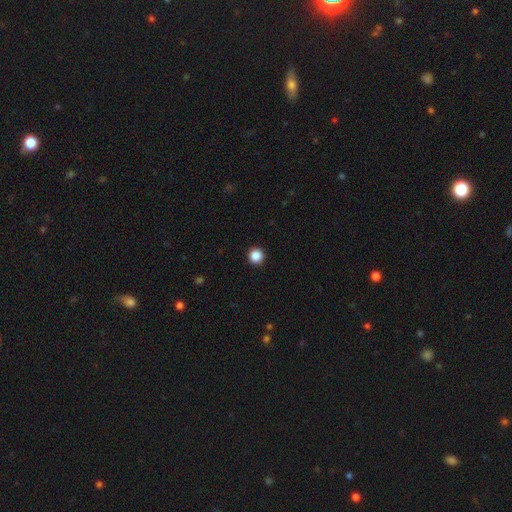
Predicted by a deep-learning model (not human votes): smooth-or-featured: smooth: 87% | star or artifact: 10% | featured or disk: 2%
  how-rounded: round: 96% | in between: 3% | cigar-shaped: 1%
  merging: none: 94% | minor disturbance: 4% | major disturbance: 1% | merger: 1%